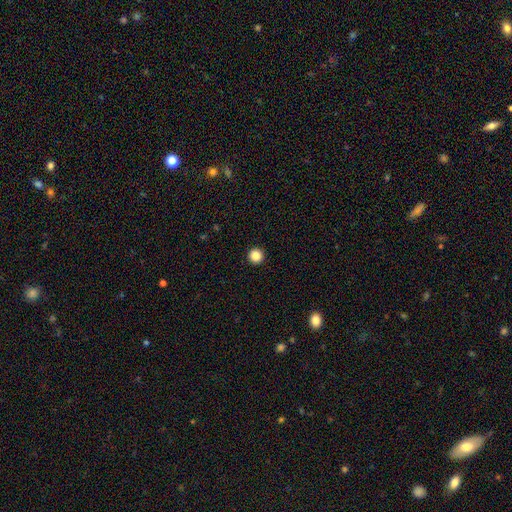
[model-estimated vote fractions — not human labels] This appears to be a smooth galaxy with no disk features (85%) that is round (97%). Merging: none (94%).